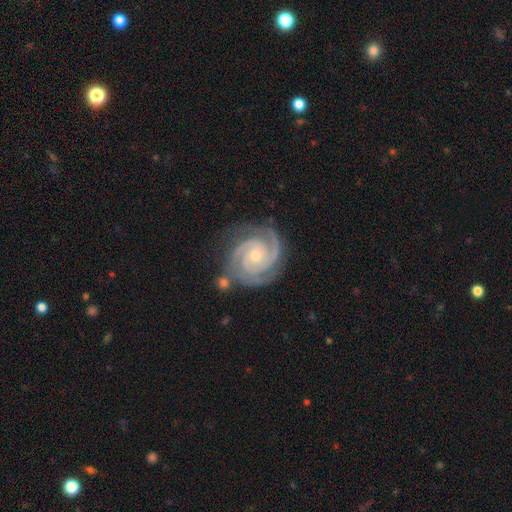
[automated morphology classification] Overall: featured or disk (94%). Edge-on disk: no (98%). Bar: no (69%). Spiral arms: yes (99%). Spiral arm count: 2 (53%; 3 34%). Spiral winding: tight (77%). Bulge size: small (65%; moderate 32%). Merging: none (76%).